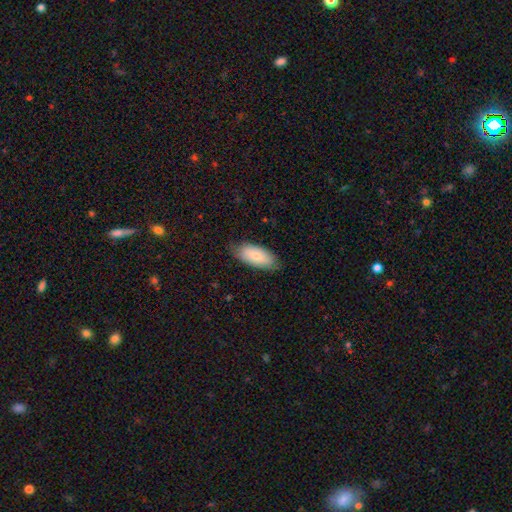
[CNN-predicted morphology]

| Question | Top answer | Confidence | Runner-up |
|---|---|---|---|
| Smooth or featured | smooth | 80% | featured or disk (14%) |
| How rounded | in between | 90% | cigar-shaped (8%) |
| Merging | none | 78% | minor disturbance (18%) |